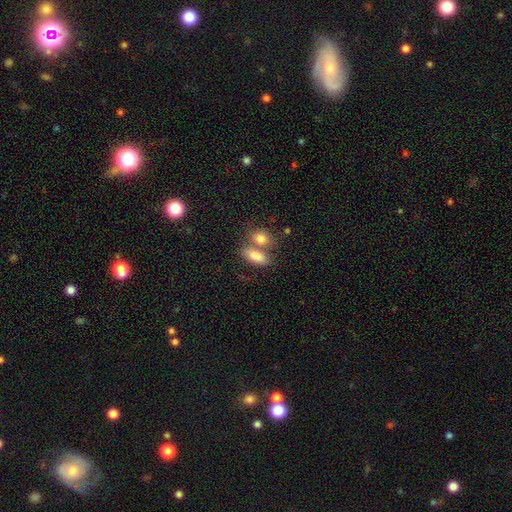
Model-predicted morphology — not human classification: smooth_or_featured: smooth (p=0.85) [alt: featured or disk p=0.08]
how_rounded: in between (p=0.85) [alt: cigar-shaped p=0.08]
merging: none (p=0.43) [tied with: merger p=0.43]